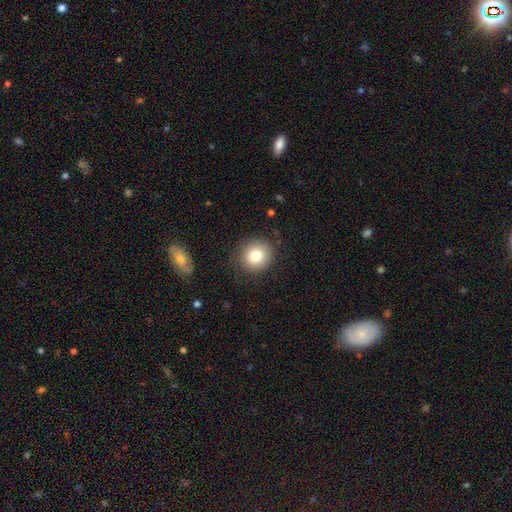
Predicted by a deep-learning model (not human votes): Smooth or featured: smooth — 80% (star or artifact — 10%)
How rounded: round — 88% (in between — 11%)
Merging: none — 86% (minor disturbance — 9%)